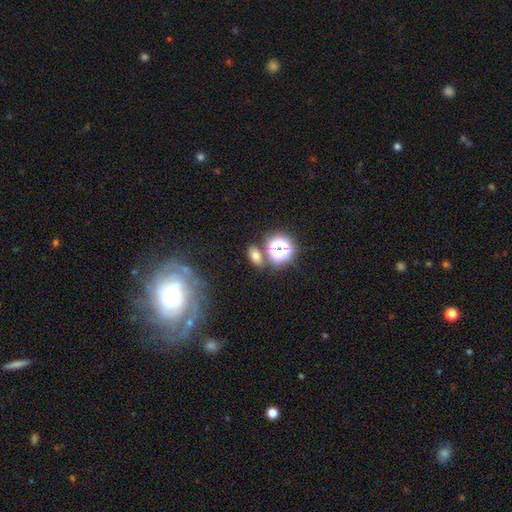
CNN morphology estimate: Smooth or featured? smooth (66%)
How rounded? in between (74%)
Merging? none (77%)